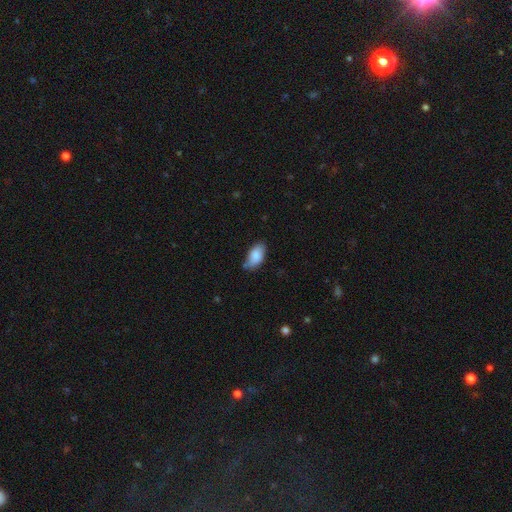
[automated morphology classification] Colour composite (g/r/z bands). It shows a smooth galaxy with no disk features (85%) that is in between round and cigar-shaped (93%). Merging: none (68%).